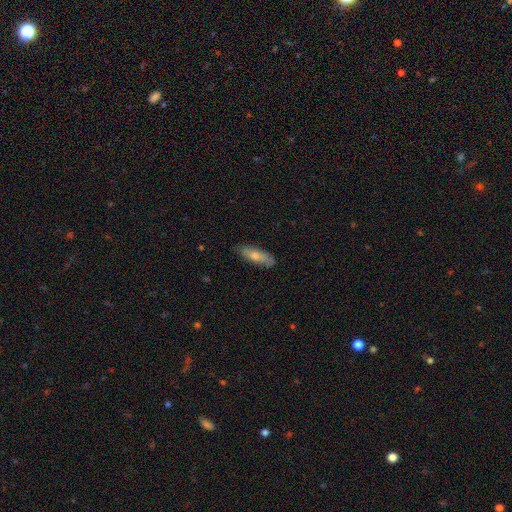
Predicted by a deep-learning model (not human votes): Smooth or featured: smooth — 72% (featured or disk — 23%)
How rounded: in between — 51% (cigar-shaped — 47%)
Merging: none — 80% (minor disturbance — 16%)